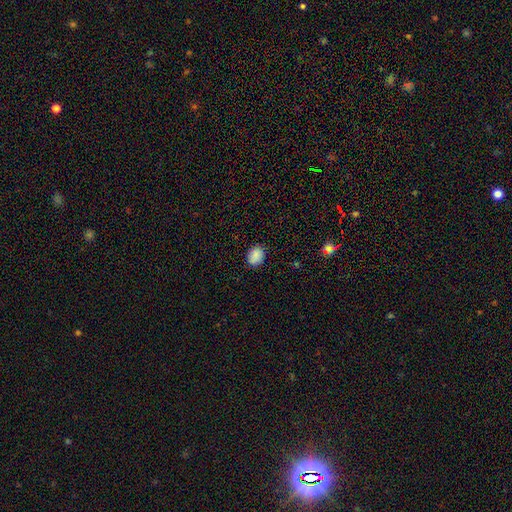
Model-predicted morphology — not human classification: A smooth galaxy with no disk features (85%) that is round (57%).

Vote fractions:
- Smooth or featured? smooth: 85% / star or artifact: 9% / featured or disk: 6%
- How rounded? round: 57% / in between: 42% / cigar-shaped: 1%
- Merging? none: 83% / minor disturbance: 14% / major disturbance: 3% / merger: 1%